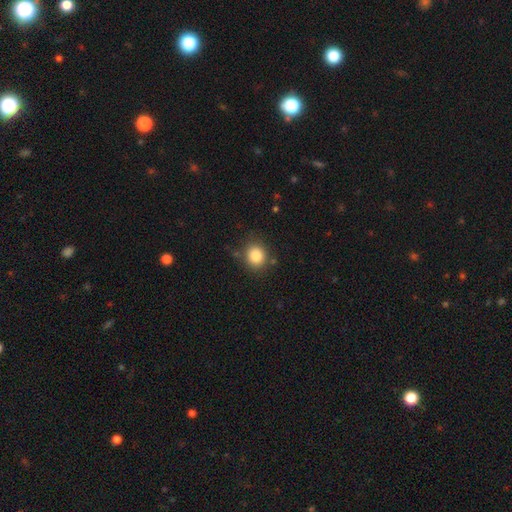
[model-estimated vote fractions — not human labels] A smooth galaxy with no disk features (84%) that is round (80%). Merging: none (82%).